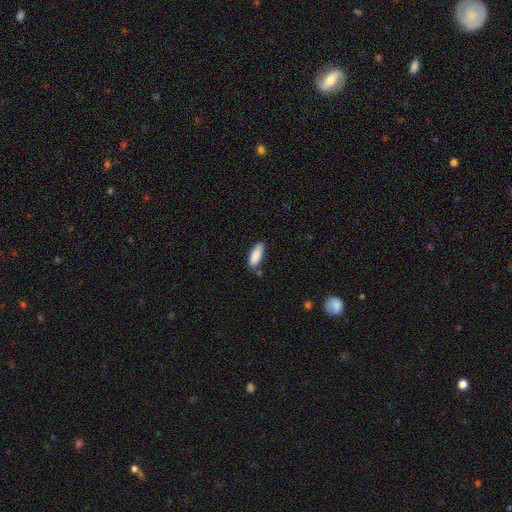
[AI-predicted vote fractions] Smooth or featured? smooth (87%)
How rounded? in between (63%)
Merging? none (77%)